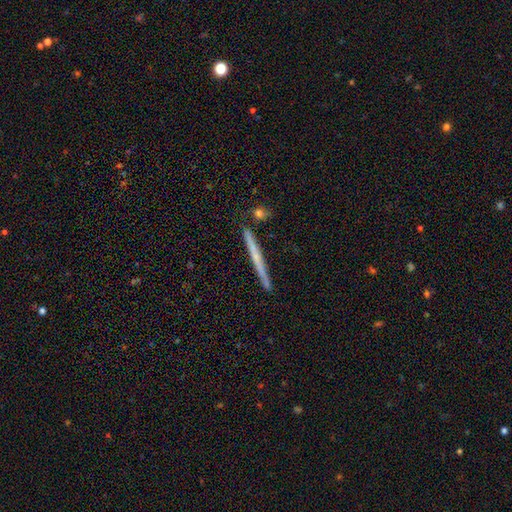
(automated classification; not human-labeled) Morphology: type=featured or disk (54%); edge-on=yes (98%); edge-on bulge=none (73%); merging=none (89%).